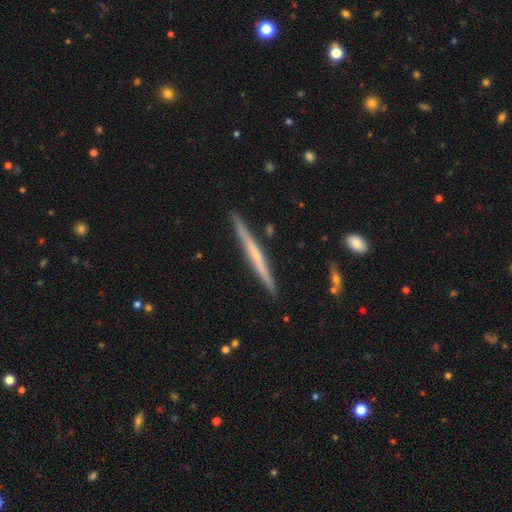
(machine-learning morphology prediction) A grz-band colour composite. It shows a featured or disk galaxy (60%) viewed edge-on (98%) with no central bulge (71%). Merging: none (90%).